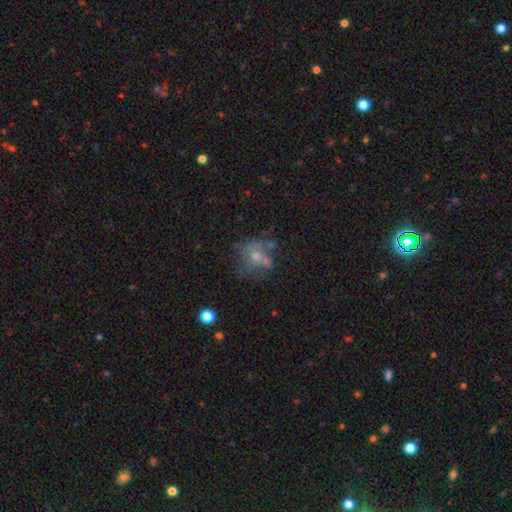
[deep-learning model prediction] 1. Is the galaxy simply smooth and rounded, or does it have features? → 44% featured or disk, 37% smooth, 20% star or artifact.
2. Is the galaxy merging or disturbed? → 47% none, 20% minor disturbance, 19% major disturbance, 14% merger.